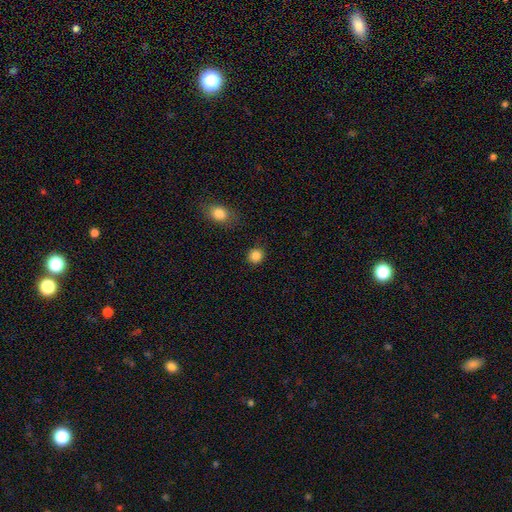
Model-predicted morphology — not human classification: type=smooth (86%); roundness=round (87%); merging=none (88%).